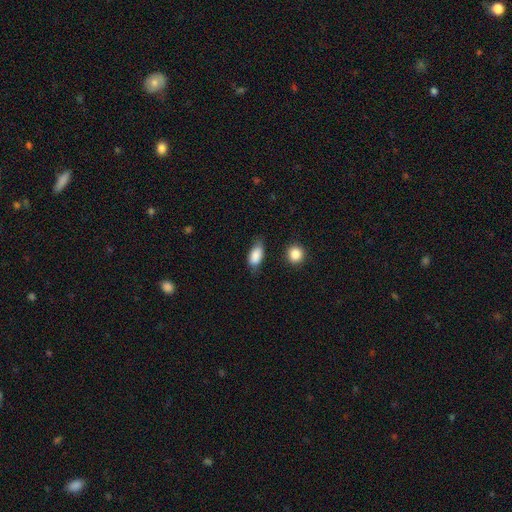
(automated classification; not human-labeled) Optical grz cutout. It shows a smooth galaxy with no disk features (87%) that is in between round and cigar-shaped (88%). Merging: none (66%).